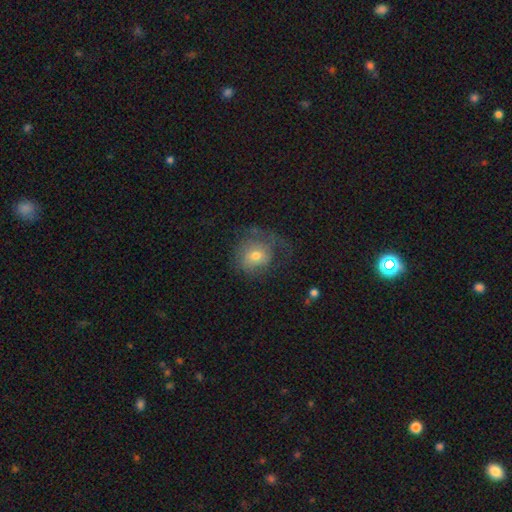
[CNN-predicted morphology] This is possibly a smooth galaxy (57%). How rounded: likely round (79%). Merging: possibly none (46%).